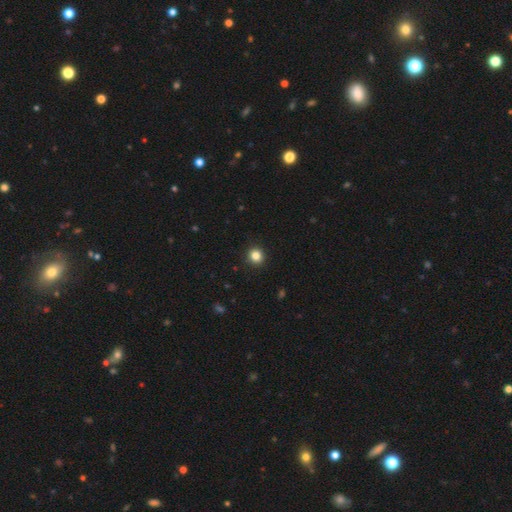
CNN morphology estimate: Overall: smooth (84%). How rounded: round (92%). Merging: none (93%).